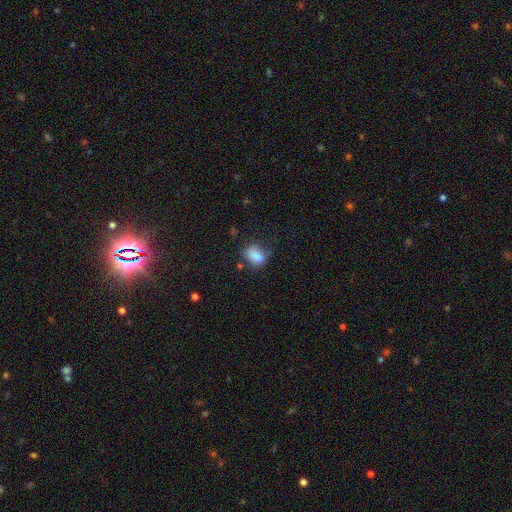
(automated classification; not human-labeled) Smooth or featured? smooth (81%)
How rounded? in between (72%)
Merging? none (49%)